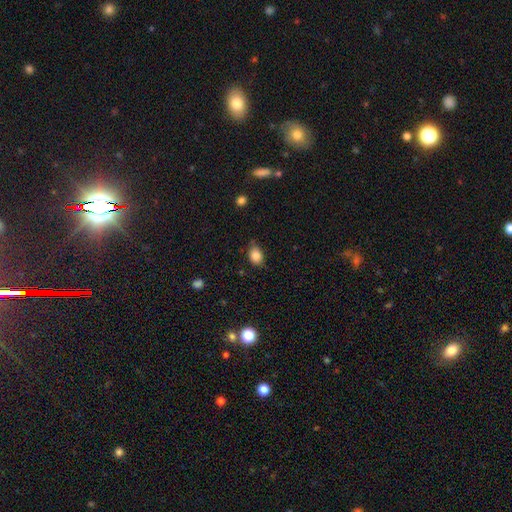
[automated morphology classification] smooth 83%, star or artifact 10%, featured or disk 7%. Down the decision tree: how rounded — in between (70%); merging — none (74%).